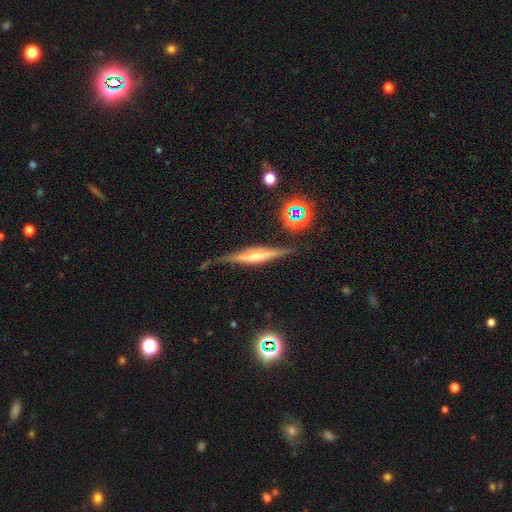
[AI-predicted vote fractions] Q: Smooth or featured?
A: featured or disk (73%); runner-up: smooth (18%)
Q: Edge-on disk?
A: yes (95%); runner-up: no (5%)
Q: Edge-on bulge?
A: rounded (70%); runner-up: boxy (20%)
Q: Merging?
A: none (72%); runner-up: minor disturbance (19%)